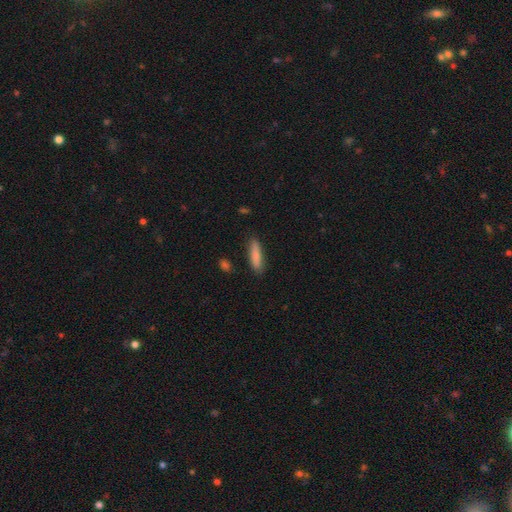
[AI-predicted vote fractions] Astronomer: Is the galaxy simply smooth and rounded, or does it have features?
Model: smooth — 85%.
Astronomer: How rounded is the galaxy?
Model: cigar-shaped — 73%.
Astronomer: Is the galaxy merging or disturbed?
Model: none — 84%.